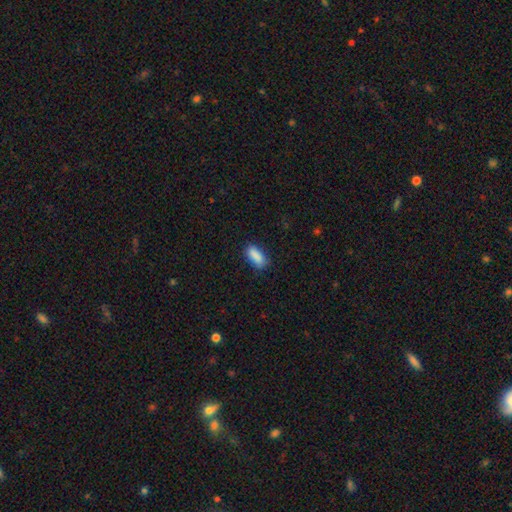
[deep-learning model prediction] smooth 89%, star or artifact 7%, featured or disk 4%. Down the decision tree: how rounded — in between (84%); merging — none (78%).